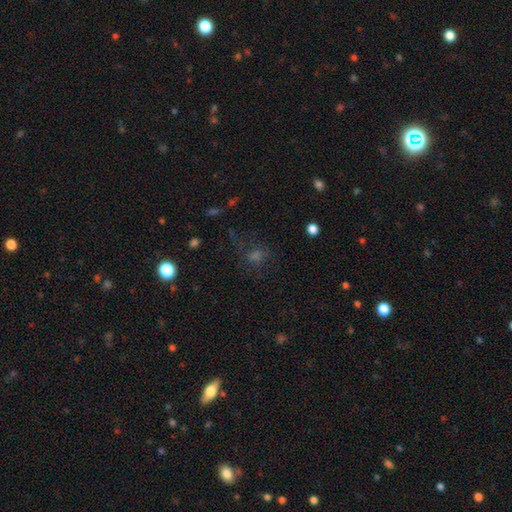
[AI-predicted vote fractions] Smooth or featured? smooth (48%)
Merging? none (63%)